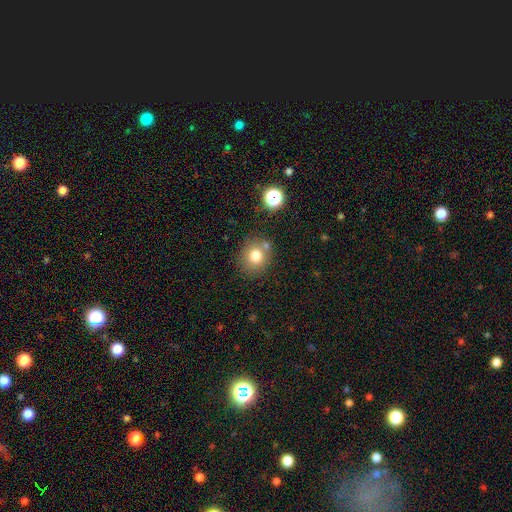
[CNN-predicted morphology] The model was most divided on "merging": none: 72%, minor disturbance: 13%, merger: 12%, major disturbance: 4%. More confident: how rounded — round (80%); smooth or featured — smooth (78%).